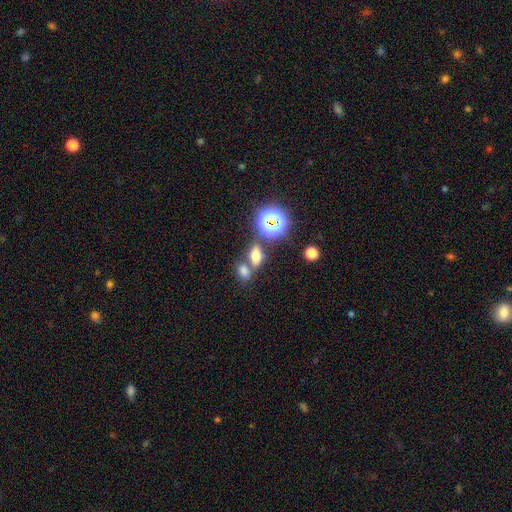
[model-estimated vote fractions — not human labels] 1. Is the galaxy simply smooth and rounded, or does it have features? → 63% smooth, 22% star or artifact, 14% featured or disk.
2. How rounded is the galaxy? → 72% in between, 20% round, 9% cigar-shaped.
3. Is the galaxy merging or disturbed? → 56% none, 29% merger, 10% minor disturbance, 4% major disturbance.